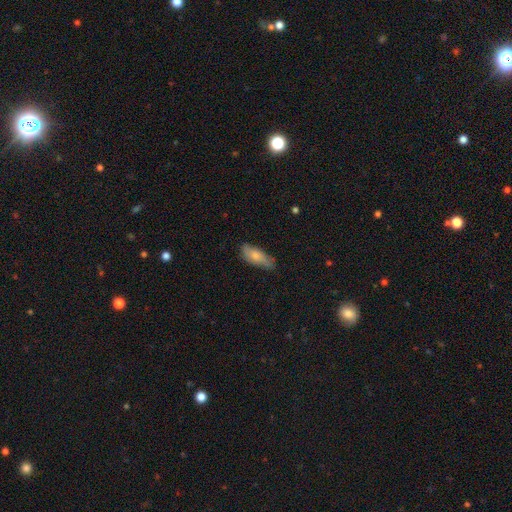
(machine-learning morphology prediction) A smooth galaxy with no disk features (75%) that is in between round and cigar-shaped (73%). Merging: none (68%).